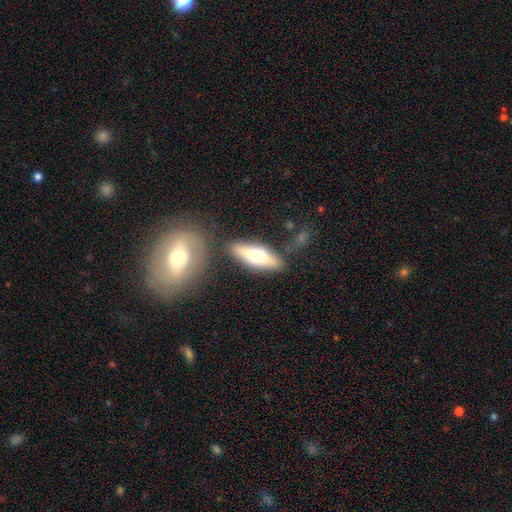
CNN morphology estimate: The model was most divided on "smooth or featured": smooth: 51%, featured or disk: 42%, star or artifact: 7%. More confident: merging — none (68%); how rounded — in between (55%).